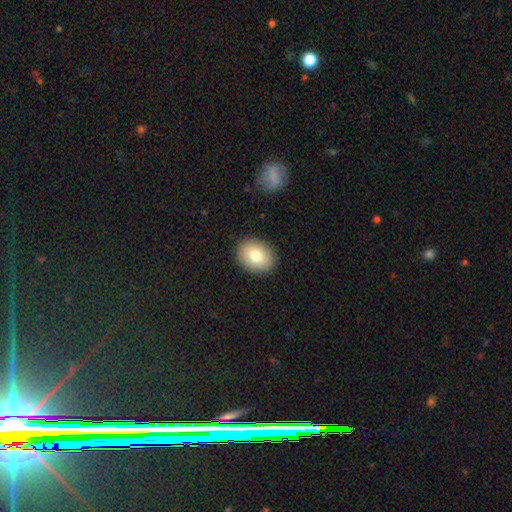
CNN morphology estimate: Smooth or featured? smooth (80%)
How rounded? in between (59%)
Merging? none (90%)